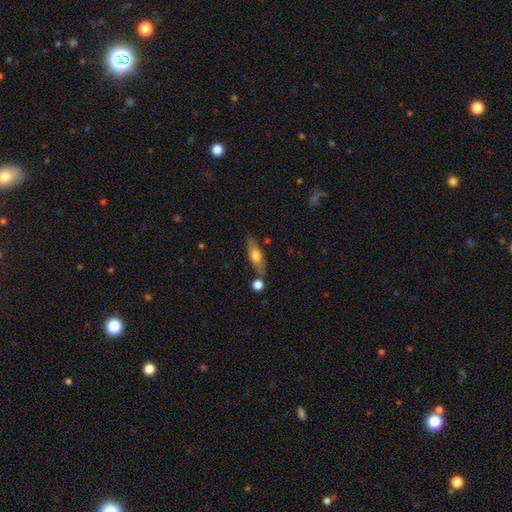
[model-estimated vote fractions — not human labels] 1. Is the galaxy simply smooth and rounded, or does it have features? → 59% smooth, 34% featured or disk, 6% star or artifact.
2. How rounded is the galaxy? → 52% in between, 44% cigar-shaped, 4% round.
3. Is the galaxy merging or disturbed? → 75% none, 13% minor disturbance, 8% merger, 3% major disturbance.